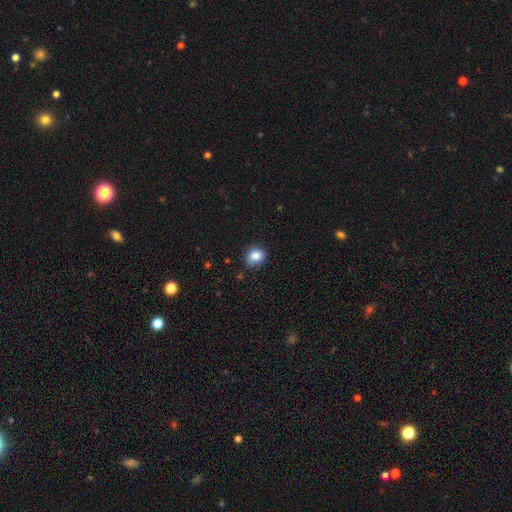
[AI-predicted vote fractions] Smooth or featured?
  - smooth: 83% *
  - star or artifact: 10%
  - featured or disk: 7%
How rounded?
  - round: 76% *
  - in between: 23%
  - cigar-shaped: 1%
Merging?
  - none: 78% *
  - minor disturbance: 17%
  - major disturbance: 3%
  - merger: 2%